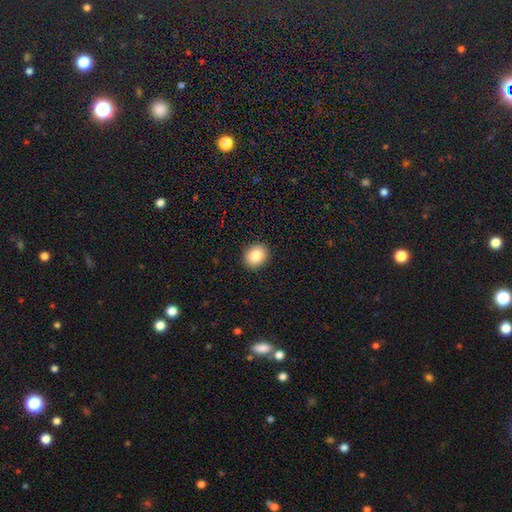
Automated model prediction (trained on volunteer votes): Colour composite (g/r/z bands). It shows a smooth galaxy with no disk features (84%) that is round (63%). Merging: none (91%).